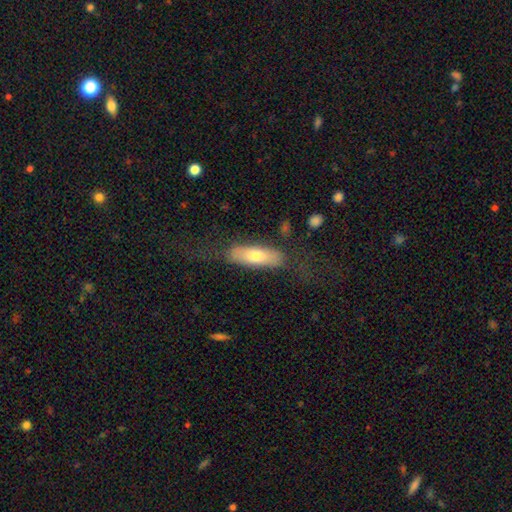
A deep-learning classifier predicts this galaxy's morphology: Smooth or featured? Predicted: smooth (p=0.65). How rounded? Predicted: in between (p=0.62). Merging? Predicted: none (p=0.67).